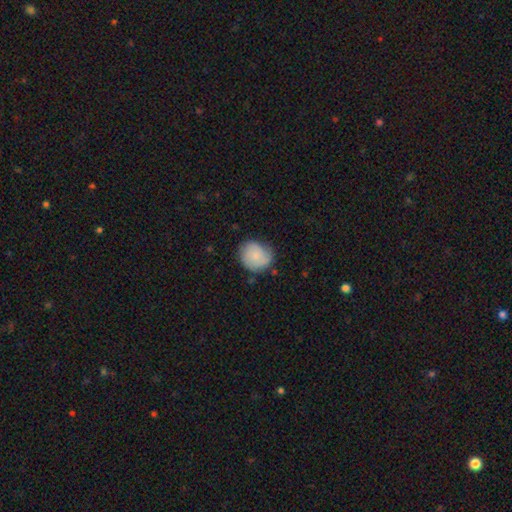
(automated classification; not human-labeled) Q: Smooth or featured?
A: smooth (70%); runner-up: featured or disk (23%)
Q: How rounded?
A: round (75%); runner-up: in between (24%)
Q: Merging?
A: none (62%); runner-up: minor disturbance (29%)